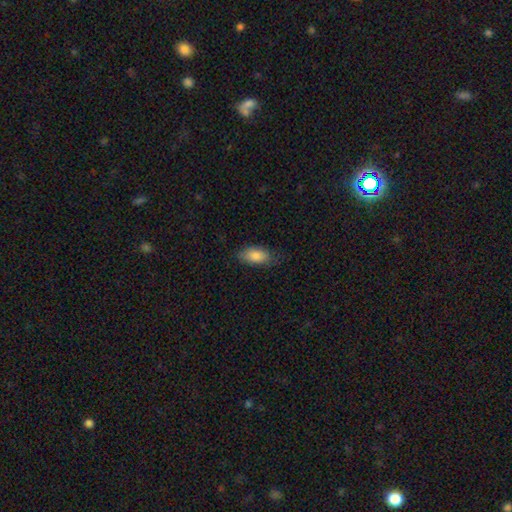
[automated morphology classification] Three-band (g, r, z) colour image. It shows a smooth galaxy with no disk features (85%) that is in between round and cigar-shaped (91%). Merging: none (74%).